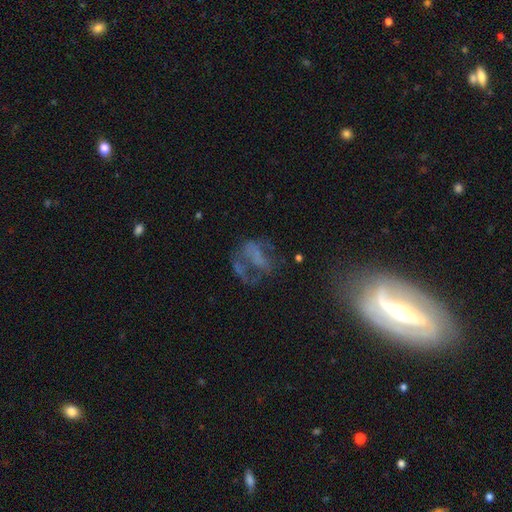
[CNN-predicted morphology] A featured or disk galaxy (51%). Merging: major disturbance (41%).